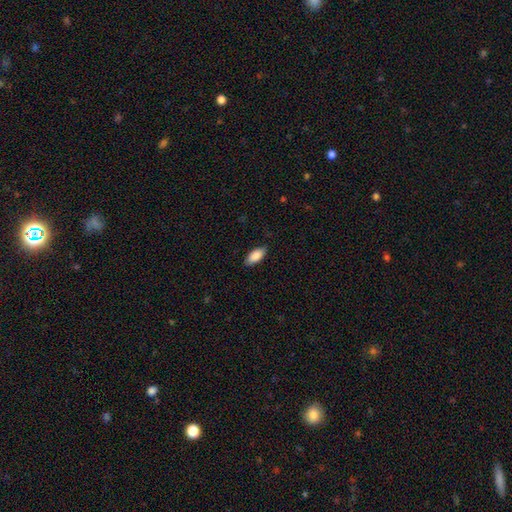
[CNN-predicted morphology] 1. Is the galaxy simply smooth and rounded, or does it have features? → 87% smooth, 7% featured or disk, 6% star or artifact.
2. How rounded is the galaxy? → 86% in between, 12% cigar-shaped, 2% round.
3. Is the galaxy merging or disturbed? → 86% none, 10% minor disturbance, 2% major disturbance, 1% merger.